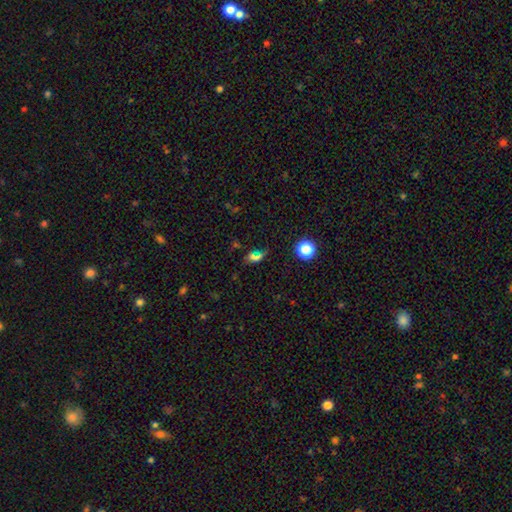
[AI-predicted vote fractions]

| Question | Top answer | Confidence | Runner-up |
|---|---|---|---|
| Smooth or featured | smooth | 51% | star or artifact (35%) |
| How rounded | in between | 58% | round (28%) |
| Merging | none | 65% | minor disturbance (16%) |